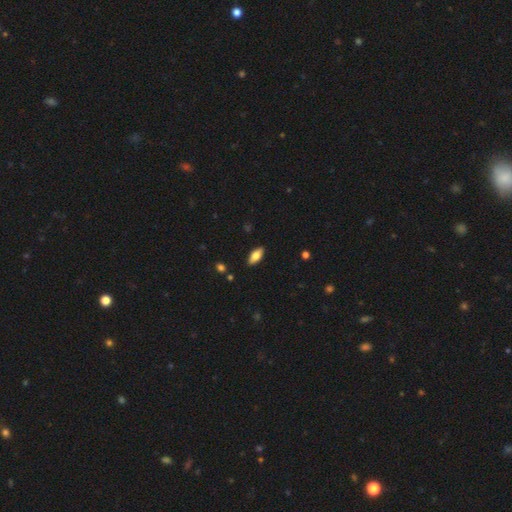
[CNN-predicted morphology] smooth 73%, featured or disk 20%, star or artifact 7%. Down the decision tree: how rounded — in between (84%); merging — none (88%).